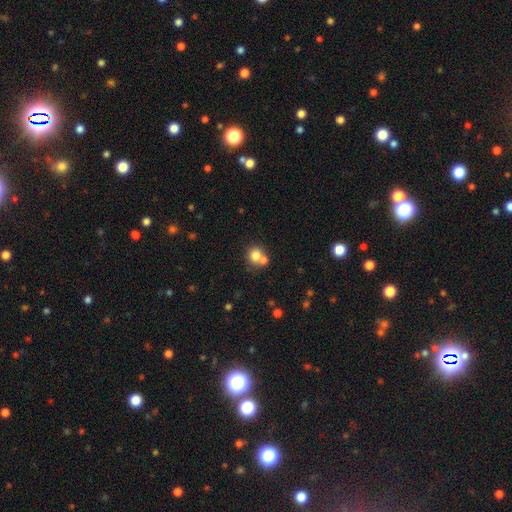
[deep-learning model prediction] This is likely a smooth galaxy (76%). How rounded: clearly round (85%). Merging: possibly none (47%).